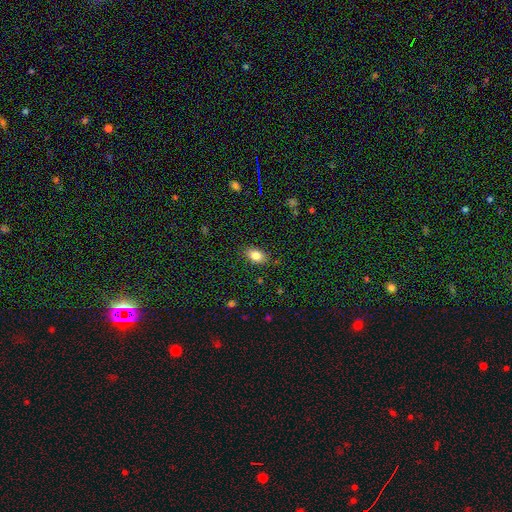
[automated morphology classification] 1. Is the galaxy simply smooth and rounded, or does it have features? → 83% smooth, 9% star or artifact, 8% featured or disk.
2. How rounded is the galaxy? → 87% in between, 11% round, 2% cigar-shaped.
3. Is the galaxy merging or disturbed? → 85% none, 11% minor disturbance, 3% major disturbance, 1% merger.